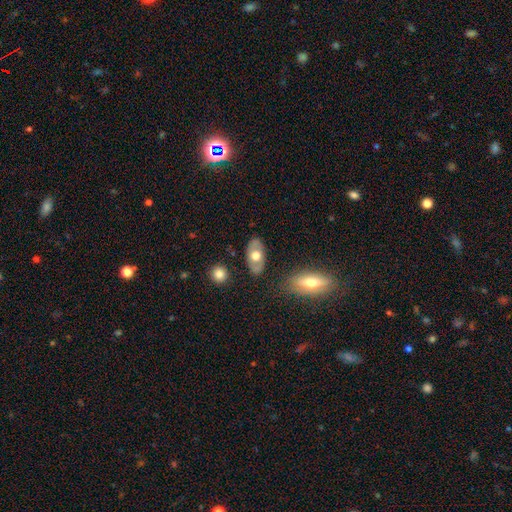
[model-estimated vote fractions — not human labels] smooth_or_featured: smooth (p=0.52) [alt: featured or disk p=0.42]
how_rounded: in between (p=0.90) [alt: round p=0.07]
merging: none (p=0.80) [alt: minor disturbance p=0.13]